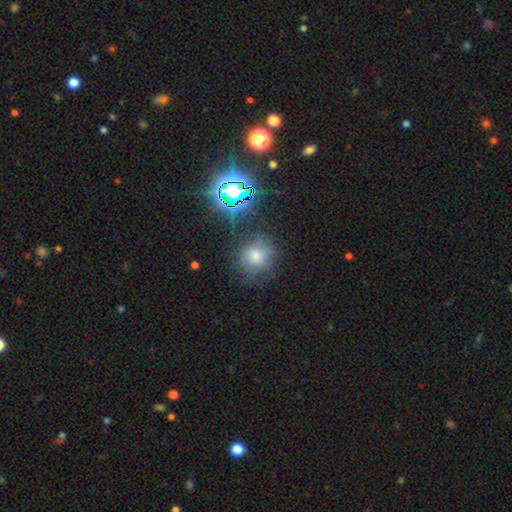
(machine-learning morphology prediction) Smooth or featured? smooth (53%)
How rounded? round (82%)
Merging? none (73%)